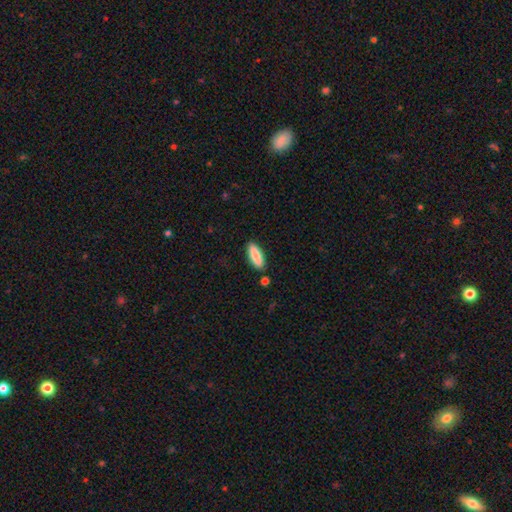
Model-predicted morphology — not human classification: This appears to be a smooth galaxy with no disk features (85%) that is in between round and cigar-shaped (58%). Merging: none (86%).